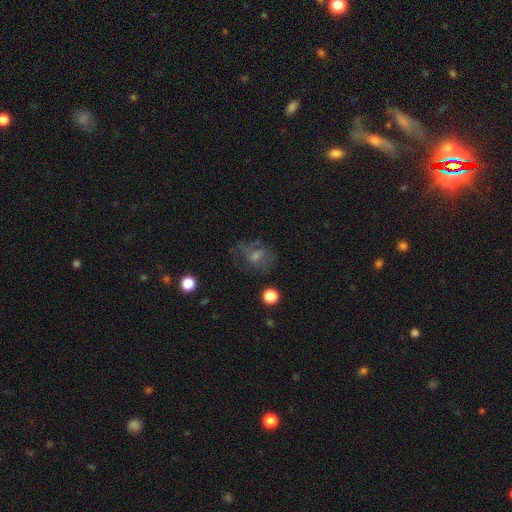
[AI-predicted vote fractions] Overall: featured or disk (45%; smooth 33%). Merging: none (59%; minor disturbance 21%).